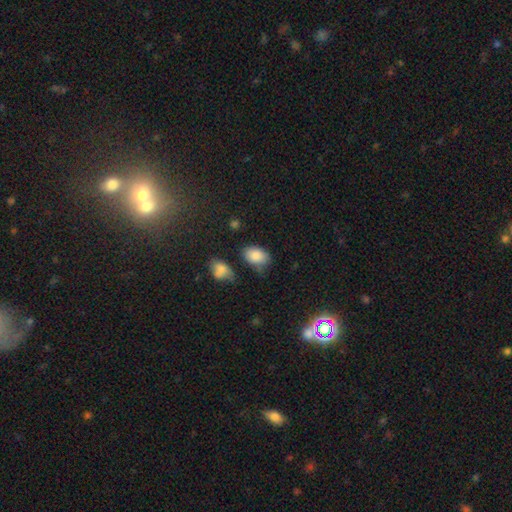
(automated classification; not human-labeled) Q: Smooth or featured?
A: smooth (85%); runner-up: star or artifact (8%)
Q: How rounded?
A: in between (89%); runner-up: round (10%)
Q: Merging?
A: none (61%); runner-up: minor disturbance (27%)